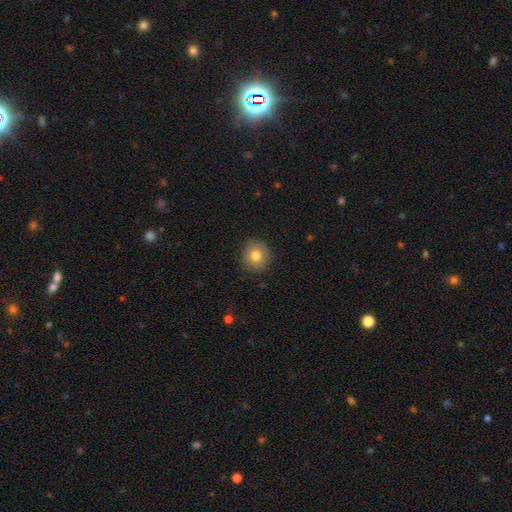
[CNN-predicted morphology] Smooth or featured? smooth (77%)
How rounded? round (88%)
Merging? none (87%)